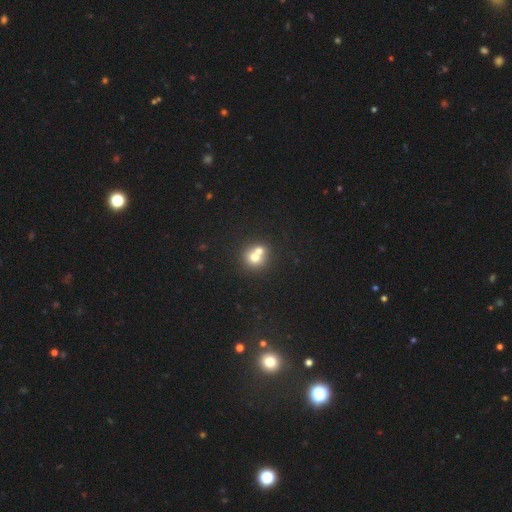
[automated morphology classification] A smooth galaxy with no disk features (67%) that is round (83%). Merging: merger (57%).